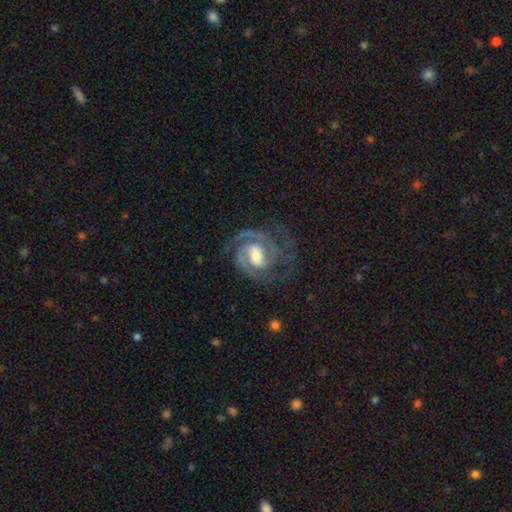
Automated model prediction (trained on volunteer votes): This appears to be a featured or disk galaxy (92%) with a weak bar (49%), 2 (68%) tight (54%) spiral arms (98%) and a moderate central bulge (55%). Merging: none (71%).